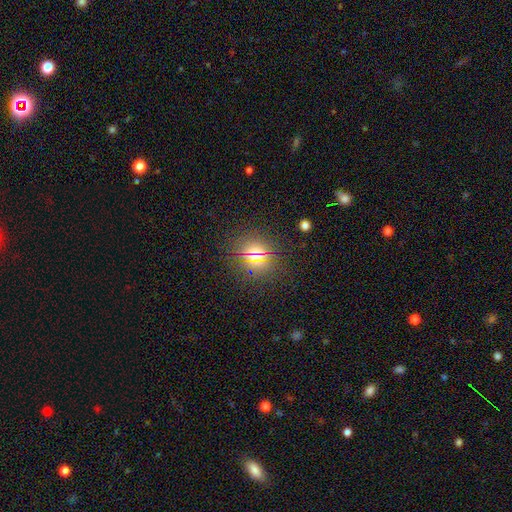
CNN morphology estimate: smooth_or_featured: star or artifact (p=0.47) [alt: smooth p=0.42]